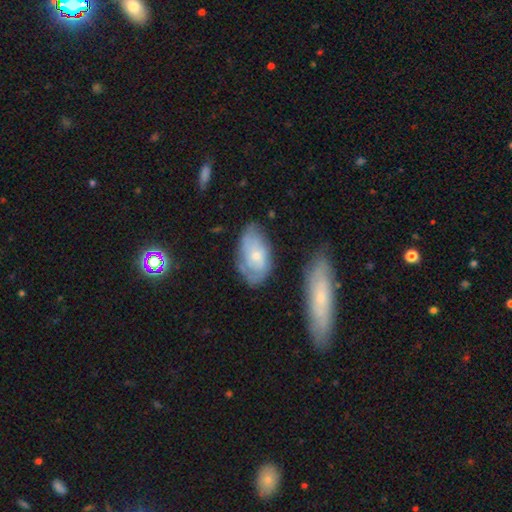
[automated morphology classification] Smooth or featured: featured or disk — 51% (smooth — 43%)
Edge-on disk: no — 92% (yes — 8%)
Merging: none — 61% (minor disturbance — 25%)